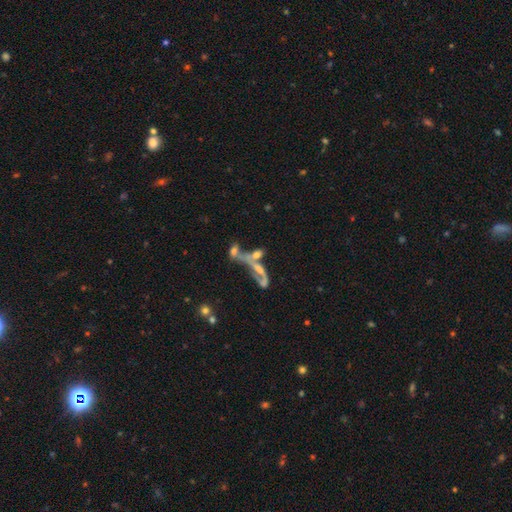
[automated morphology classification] A featured or disk galaxy (53%). Merging: merger (61%).